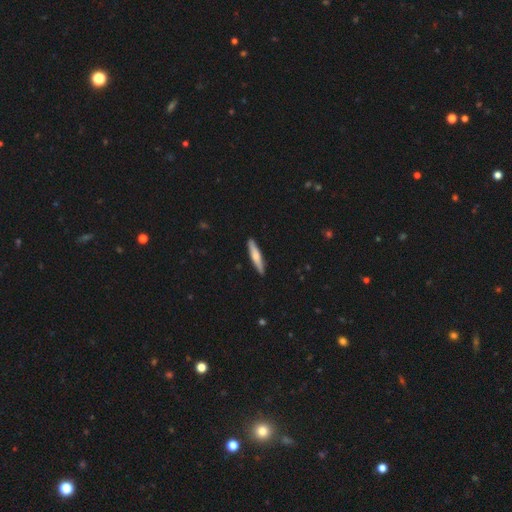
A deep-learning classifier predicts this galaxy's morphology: smooth_or_featured: smooth (p=0.61) [alt: featured or disk p=0.34]
how_rounded: cigar-shaped (p=0.90) [alt: in between p=0.09]
merging: none (p=0.90) [alt: minor disturbance p=0.08]